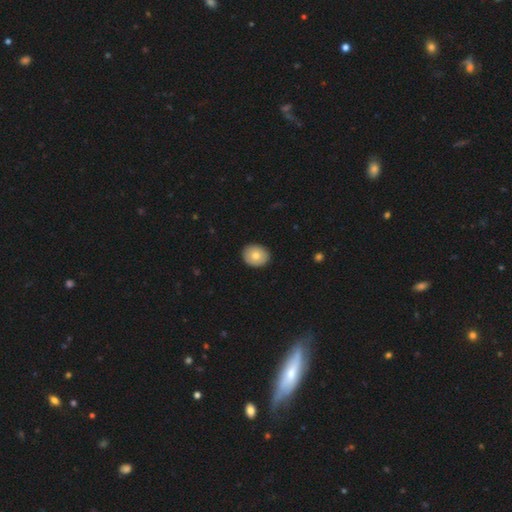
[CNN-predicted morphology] Overall: smooth (76%). How rounded: round (60%; in between 39%). Merging: none (91%).